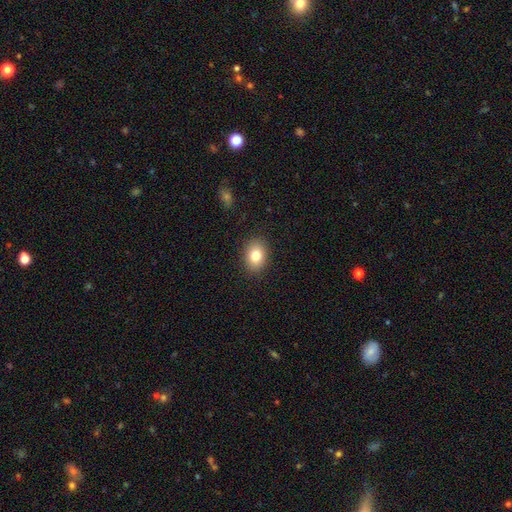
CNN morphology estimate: Smooth or featured?
  - smooth: 81% *
  - featured or disk: 9%
  - star or artifact: 9%
How rounded?
  - in between: 69% *
  - round: 29%
  - cigar-shaped: 1%
Merging?
  - none: 89% *
  - minor disturbance: 8%
  - major disturbance: 2%
  - merger: 1%